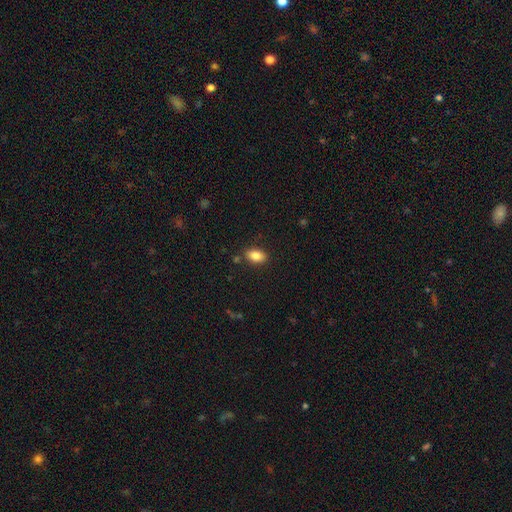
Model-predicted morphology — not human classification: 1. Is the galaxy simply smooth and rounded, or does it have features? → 85% smooth, 8% star or artifact, 7% featured or disk.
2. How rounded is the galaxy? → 89% in between, 9% round, 2% cigar-shaped.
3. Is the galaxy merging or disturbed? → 84% none, 10% minor disturbance, 3% merger, 2% major disturbance.